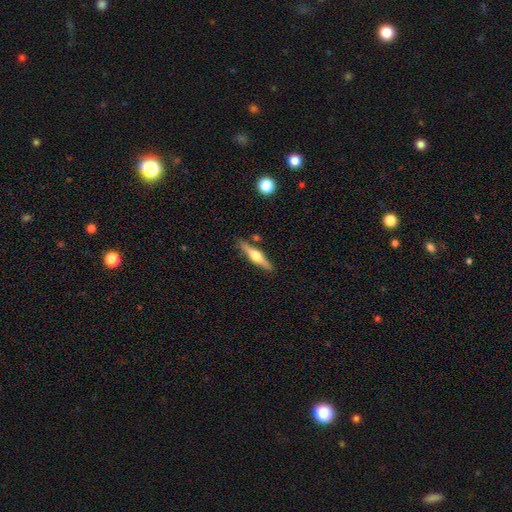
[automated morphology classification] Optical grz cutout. It shows a featured or disk galaxy (65%) viewed edge-on (97%) with a rounded central bulge (94%). Merging: none (85%).